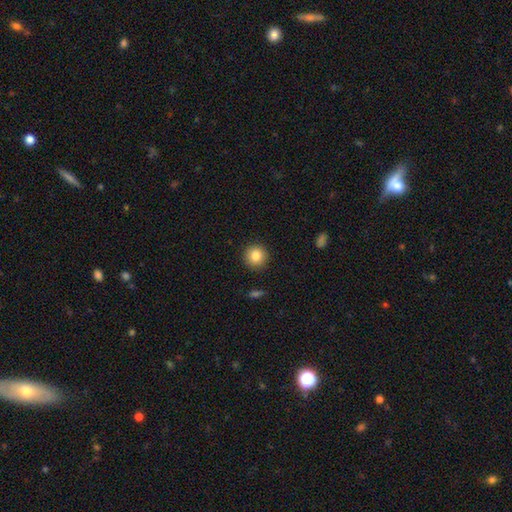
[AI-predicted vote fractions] Smooth or featured? smooth (84%)
How rounded? round (94%)
Merging? none (91%)